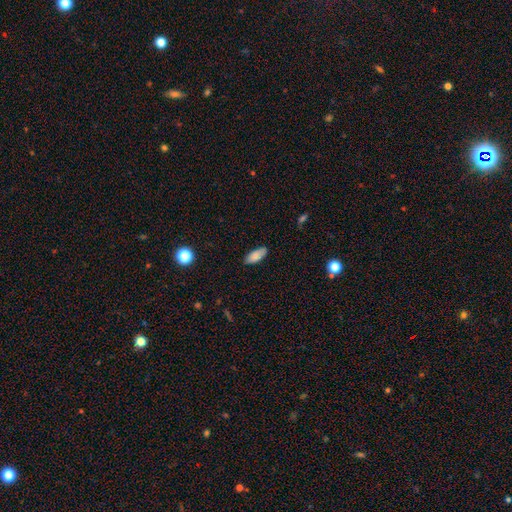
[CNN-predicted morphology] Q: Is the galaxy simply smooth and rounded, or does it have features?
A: smooth — 85%.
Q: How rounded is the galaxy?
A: in between — 83%.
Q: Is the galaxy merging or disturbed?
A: none — 84%.